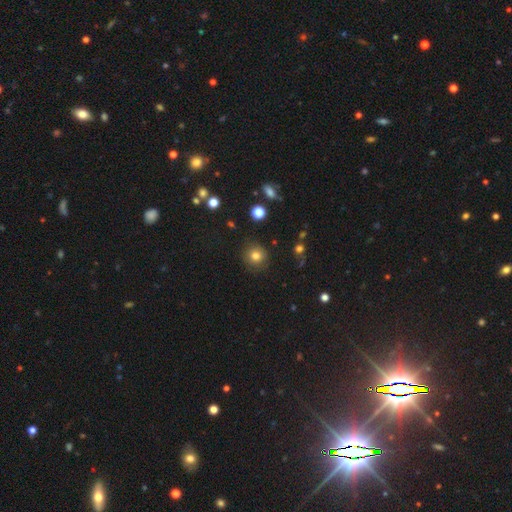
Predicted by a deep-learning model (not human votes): Overall: smooth (80%). How rounded: round (92%). Merging: none (87%).